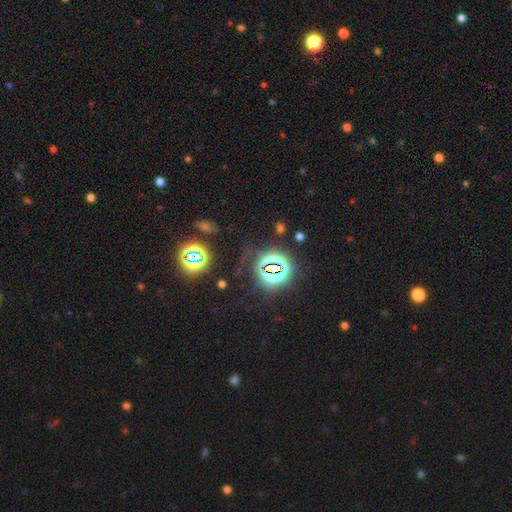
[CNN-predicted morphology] A star or artifact, not a galaxy (80%).